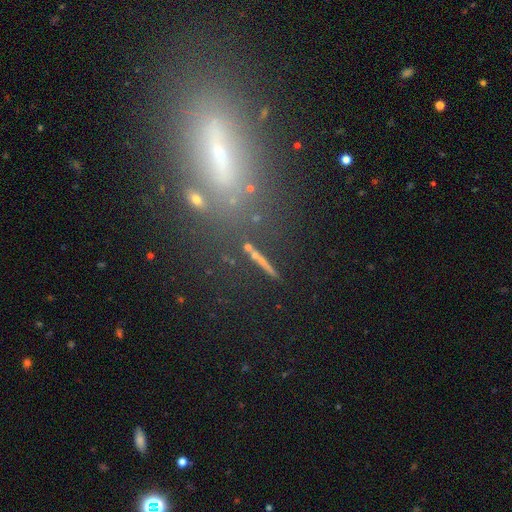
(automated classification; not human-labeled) Q: Smooth or featured?
A: smooth (37%); runner-up: featured or disk (36%)
Q: Merging?
A: none (80%); runner-up: minor disturbance (10%)